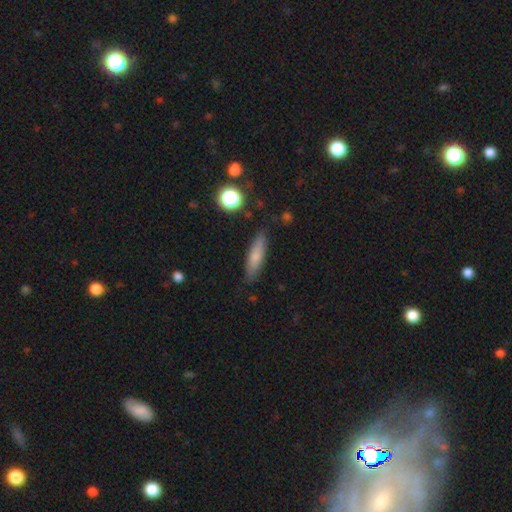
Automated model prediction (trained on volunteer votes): Smooth or featured? smooth (73%)
How rounded? cigar-shaped (69%)
Merging? none (84%)